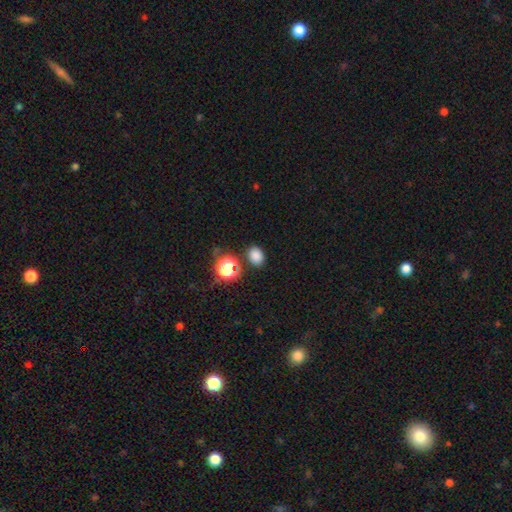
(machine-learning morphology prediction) Q: Smooth or featured?
A: smooth (80%); runner-up: star or artifact (16%)
Q: How rounded?
A: in between (58%); runner-up: round (41%)
Q: Merging?
A: none (82%); runner-up: minor disturbance (10%)